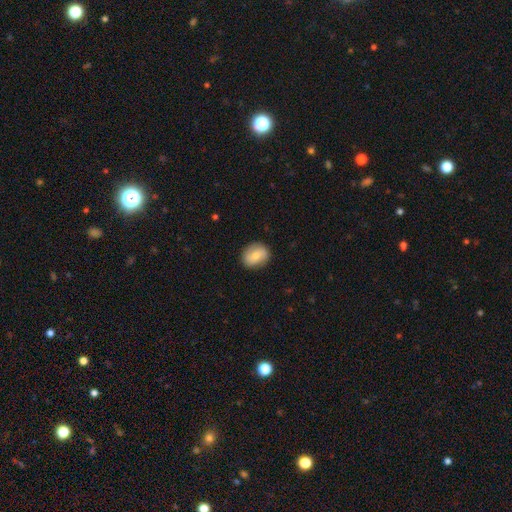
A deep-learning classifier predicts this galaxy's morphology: type=smooth (64%); roundness=round (51%); merging=none (84%).